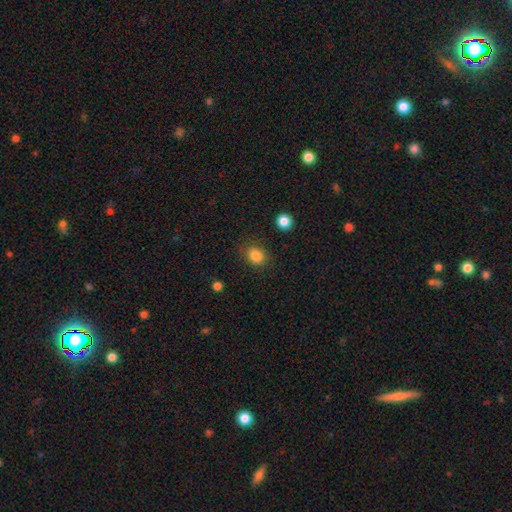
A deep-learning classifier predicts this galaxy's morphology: Q: Smooth or featured?
A: smooth (85%); runner-up: star or artifact (10%)
Q: How rounded?
A: round (59%); runner-up: in between (40%)
Q: Merging?
A: none (83%); runner-up: minor disturbance (12%)